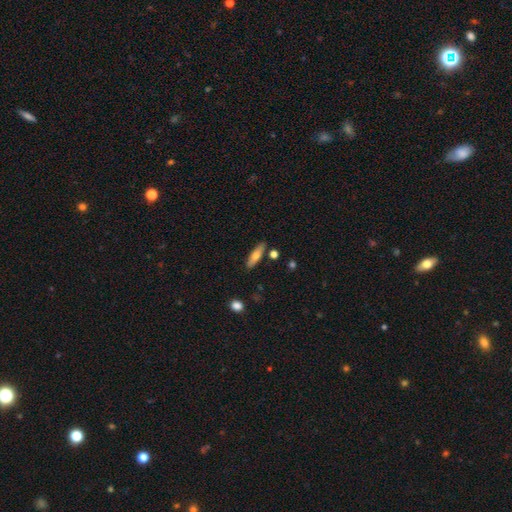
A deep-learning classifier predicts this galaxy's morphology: smooth 65%, featured or disk 29%, star or artifact 7%. Down the decision tree: how rounded — cigar-shaped (62%); merging — none (83%).